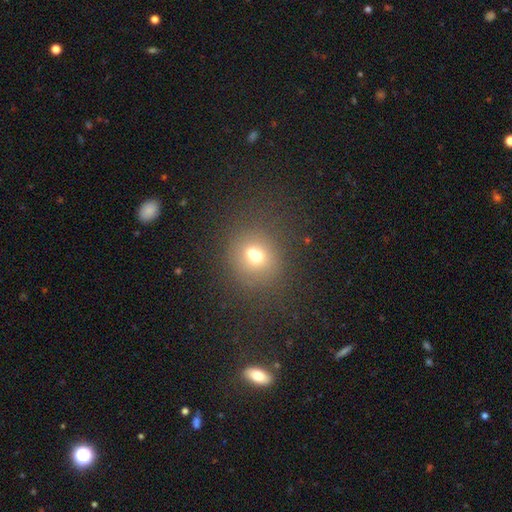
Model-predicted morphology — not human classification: This appears to be a smooth galaxy with no disk features (64%) that is round (76%). Merging: none (47%).